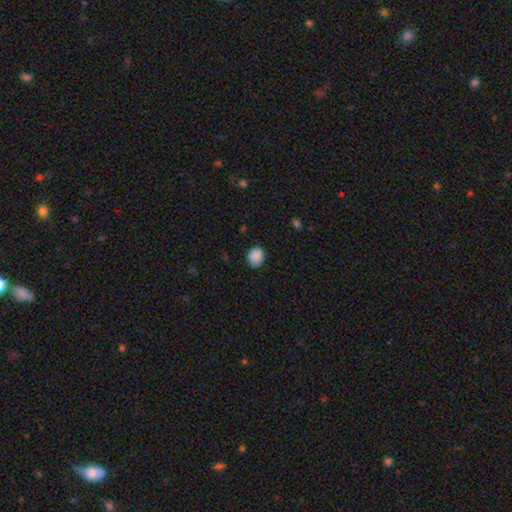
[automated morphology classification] The model was most divided on "how rounded": round: 57%, in between: 43%, cigar-shaped: 1%. More confident: smooth or featured — smooth (89%); merging — none (81%).